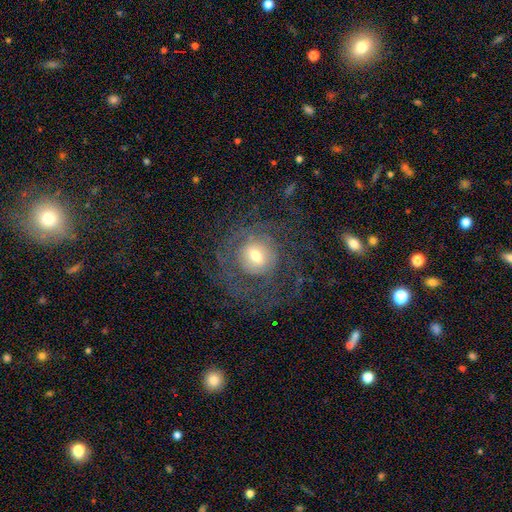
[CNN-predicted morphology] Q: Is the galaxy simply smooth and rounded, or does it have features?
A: featured or disk — 66%.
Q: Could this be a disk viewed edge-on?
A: no — 96%.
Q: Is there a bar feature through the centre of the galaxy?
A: no — 51%.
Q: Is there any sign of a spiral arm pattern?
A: yes — 74%.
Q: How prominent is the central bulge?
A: moderate — 53%.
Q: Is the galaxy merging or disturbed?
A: none — 64%.